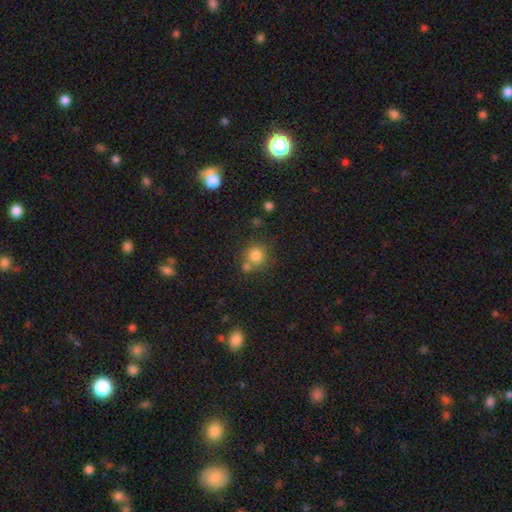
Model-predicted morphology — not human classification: smooth_or_featured: smooth (p=0.81) [alt: star or artifact p=0.12]
how_rounded: round (p=0.90) [alt: in between p=0.09]
merging: none (p=0.64) [alt: merger p=0.23]